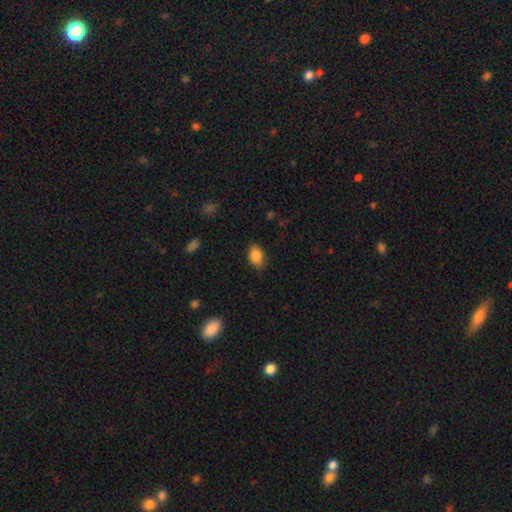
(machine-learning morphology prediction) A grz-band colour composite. It shows a smooth galaxy with no disk features (87%) that is in between round and cigar-shaped (80%). Merging: none (81%).